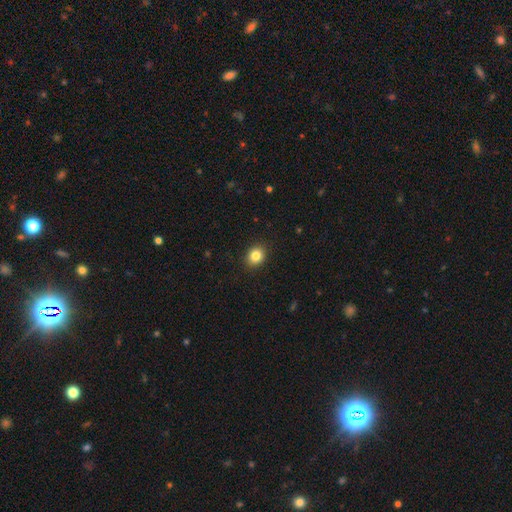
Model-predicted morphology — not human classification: Smooth or featured? smooth (83%)
How rounded? round (69%)
Merging? none (91%)